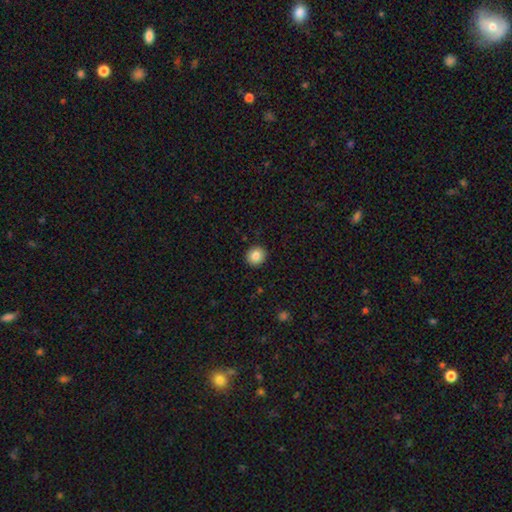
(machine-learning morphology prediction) type=smooth (85%); roundness=round (90%); merging=none (92%).